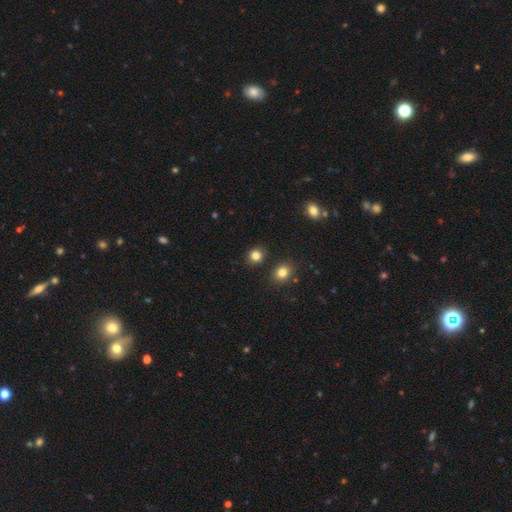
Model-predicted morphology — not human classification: type=smooth (83%); roundness=round (78%); merging=none (87%).